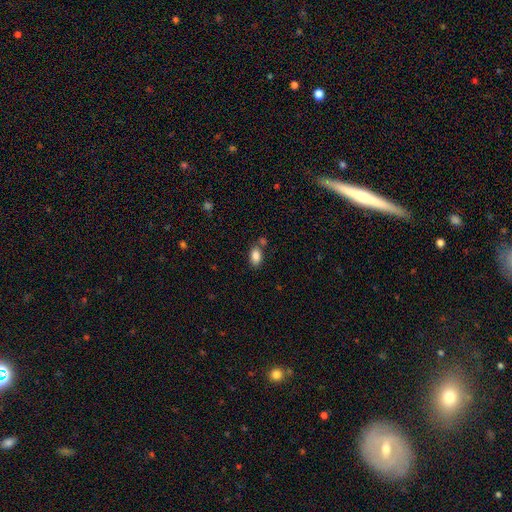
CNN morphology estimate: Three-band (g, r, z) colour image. It shows a smooth galaxy with no disk features (86%) that is in between round and cigar-shaped (91%). Merging: none (68%).